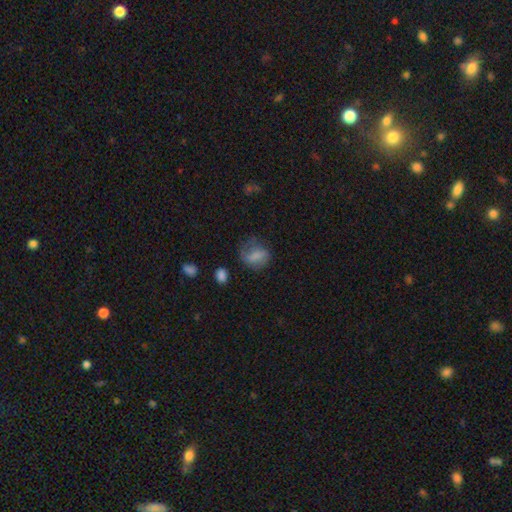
Smooth or featured: smooth — 64% (featured or disk — 36%)
How rounded: in between — 60% (round — 40%)
Merging: none — 54% (major disturbance — 26%)